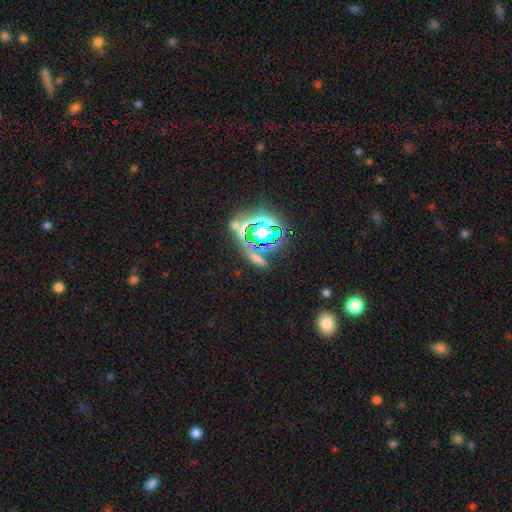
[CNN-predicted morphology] The model was most divided on "smooth or featured": star or artifact: 62%, smooth: 23%, featured or disk: 16%.